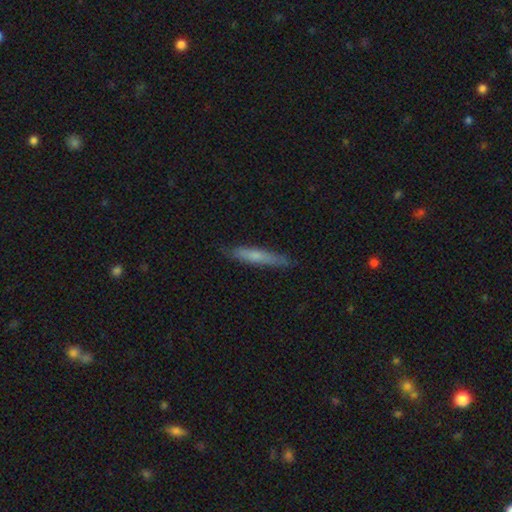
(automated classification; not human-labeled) Smooth or featured? Predicted: smooth (p=0.62). How rounded? Predicted: cigar-shaped (p=0.92). Merging? Predicted: none (p=0.83).